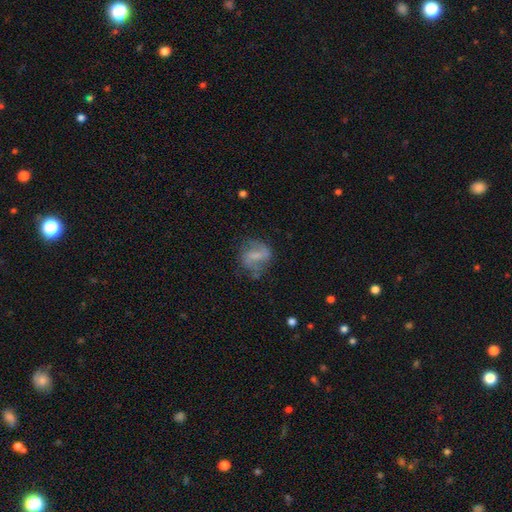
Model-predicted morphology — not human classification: smooth_or_featured: featured or disk (p=0.61) [alt: smooth p=0.30]
disk_edge_on: no (p=0.96) [alt: yes p=0.04]
bar: weak (p=0.42) [alt: strong p=0.35]
has_spiral_arms: yes (p=0.78) [alt: no p=0.22]
bulge_size: none (p=0.44) [alt: small p=0.32]
merging: none (p=0.60) [alt: minor disturbance p=0.23]